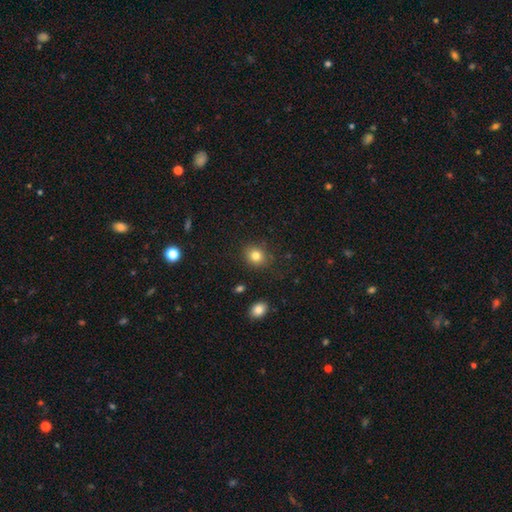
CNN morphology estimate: Overall: smooth (81%). How rounded: round (67%; in between 32%). Merging: none (85%).